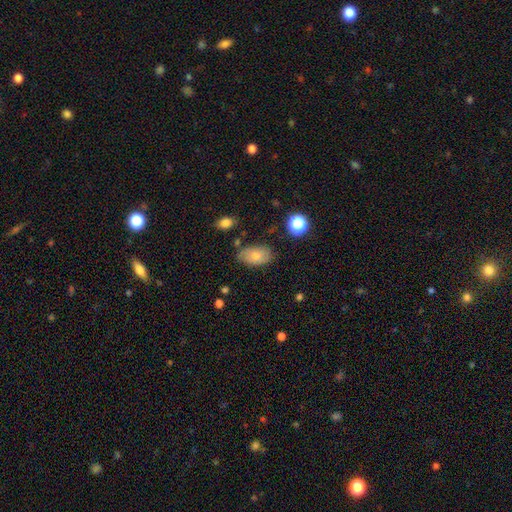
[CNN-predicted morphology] Smooth or featured?
  - smooth: 76% *
  - featured or disk: 15%
  - star or artifact: 9%
How rounded?
  - in between: 90% *
  - round: 8%
  - cigar-shaped: 2%
Merging?
  - none: 73% *
  - minor disturbance: 19%
  - major disturbance: 5%
  - merger: 3%